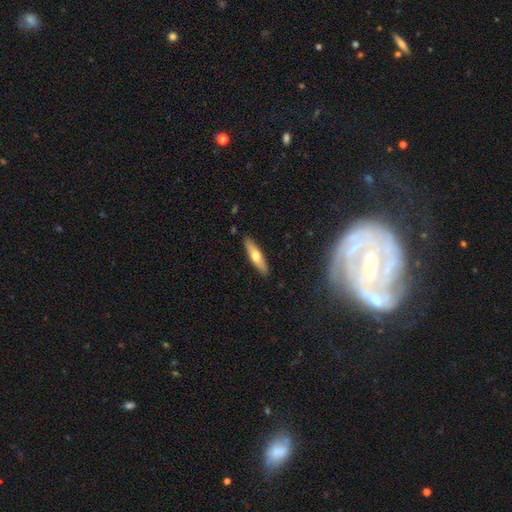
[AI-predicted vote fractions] Smooth or featured: smooth — 58% (featured or disk — 36%)
How rounded: cigar-shaped — 73% (in between — 25%)
Merging: none — 89% (minor disturbance — 8%)